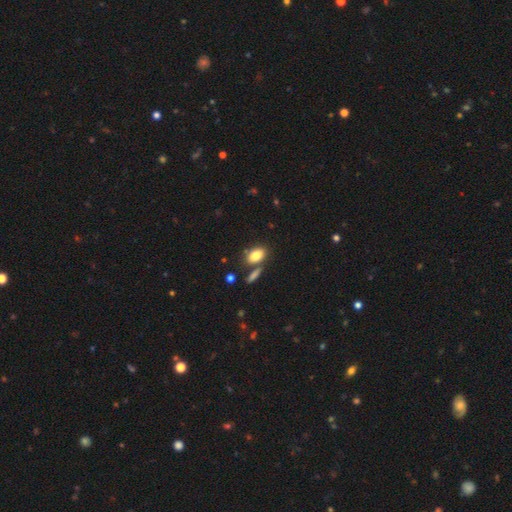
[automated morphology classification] smooth_or_featured: smooth (p=0.82) [alt: featured or disk p=0.09]
how_rounded: in between (p=0.87) [alt: round p=0.10]
merging: none (p=0.62) [alt: merger p=0.22]